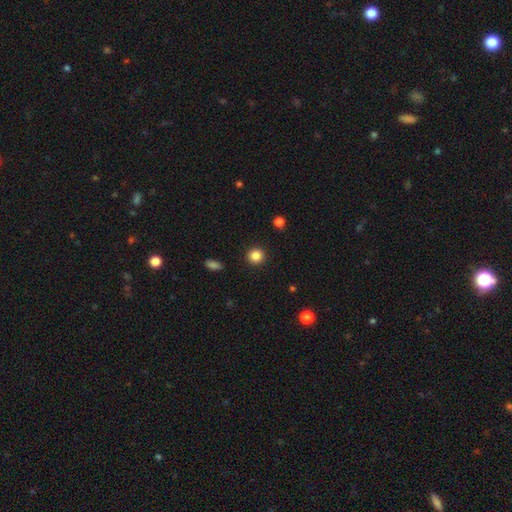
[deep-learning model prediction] This is clearly a smooth galaxy (85%). How rounded: clearly round (93%). Merging: clearly none (93%).